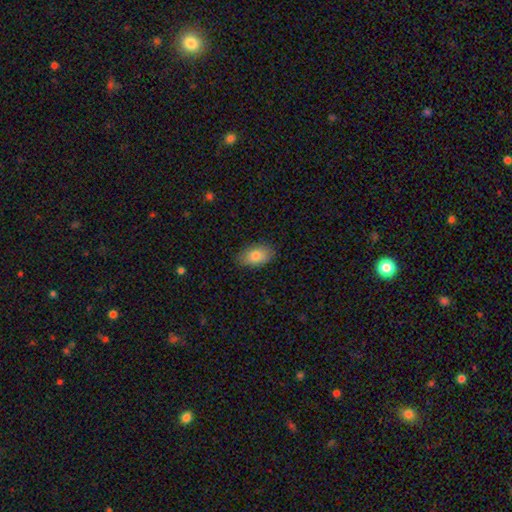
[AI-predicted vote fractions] Smooth or featured?
  - smooth: 82% *
  - featured or disk: 11%
  - star or artifact: 7%
How rounded?
  - in between: 92% *
  - round: 6%
  - cigar-shaped: 2%
Merging?
  - none: 84% *
  - minor disturbance: 13%
  - major disturbance: 3%
  - merger: 1%